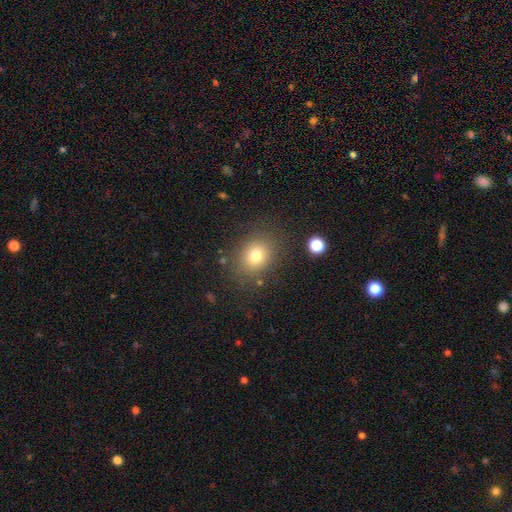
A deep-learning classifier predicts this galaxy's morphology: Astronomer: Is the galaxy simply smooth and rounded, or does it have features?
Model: smooth — 76%.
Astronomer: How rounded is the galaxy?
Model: round — 55% (runner-up: in between, 44%).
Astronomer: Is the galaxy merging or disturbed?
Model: none — 81%.